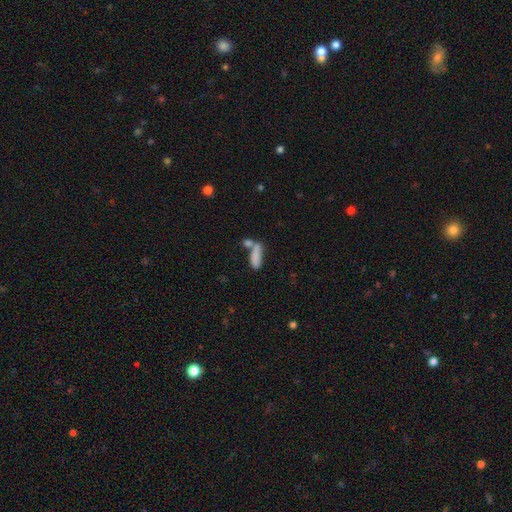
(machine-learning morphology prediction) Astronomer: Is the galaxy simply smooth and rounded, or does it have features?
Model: smooth — 78%.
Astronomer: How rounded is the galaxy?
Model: cigar-shaped — 54% (runner-up: in between, 43%).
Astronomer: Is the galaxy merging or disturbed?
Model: none — 39%, tied with merger at 39%.